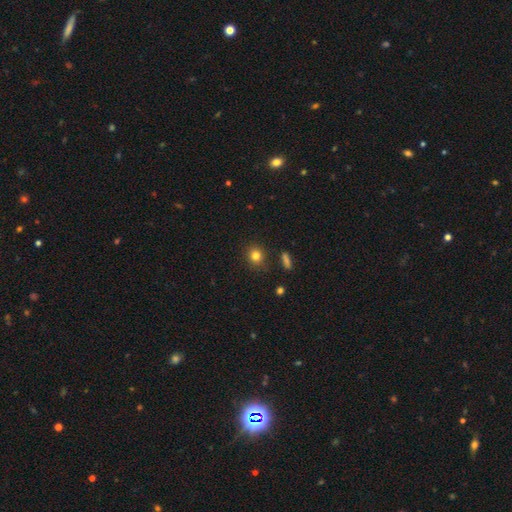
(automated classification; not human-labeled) smooth-or-featured: smooth: 81% | star or artifact: 12% | featured or disk: 6%
  how-rounded: round: 79% | in between: 20% | cigar-shaped: 1%
  merging: none: 87% | minor disturbance: 8% | major disturbance: 2% | merger: 2%